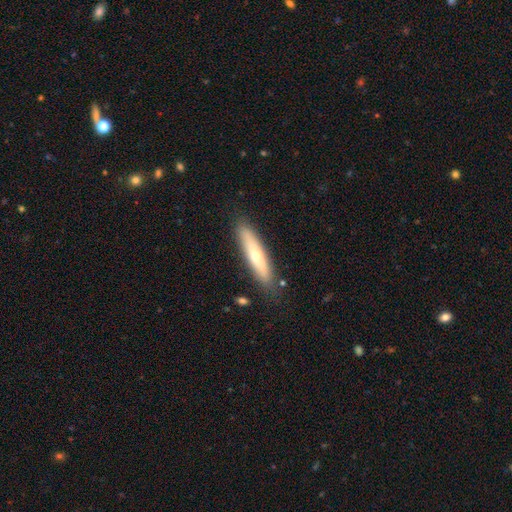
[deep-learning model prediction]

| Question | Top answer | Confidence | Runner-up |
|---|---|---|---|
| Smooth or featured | smooth | 54% | featured or disk (40%) |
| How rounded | cigar-shaped | 81% | in between (18%) |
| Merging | none | 85% | minor disturbance (11%) |